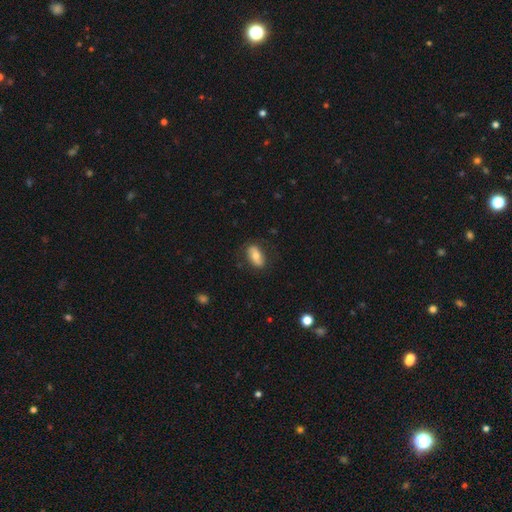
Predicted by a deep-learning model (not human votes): smooth 65%, featured or disk 28%, star or artifact 7%. Down the decision tree: how rounded — in between (87%); merging — none (79%).